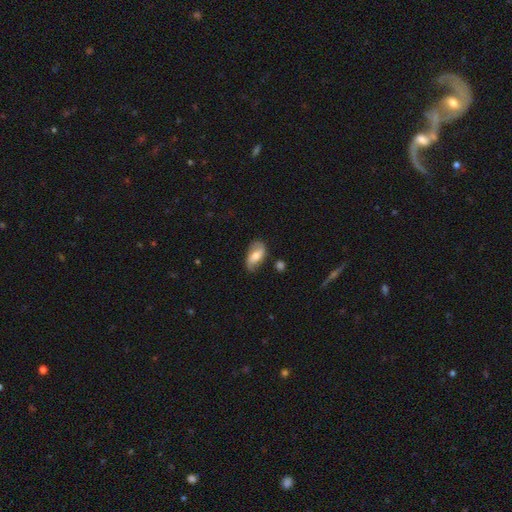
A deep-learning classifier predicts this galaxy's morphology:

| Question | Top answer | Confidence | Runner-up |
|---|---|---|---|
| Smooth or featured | featured or disk | 55% | smooth (38%) |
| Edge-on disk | no | 93% | yes (7%) |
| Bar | no | 41% | weak (38%) |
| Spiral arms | yes | 84% | no (16%) |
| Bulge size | moderate | 61% | small (26%) |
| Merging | none | 69% | minor disturbance (22%) |